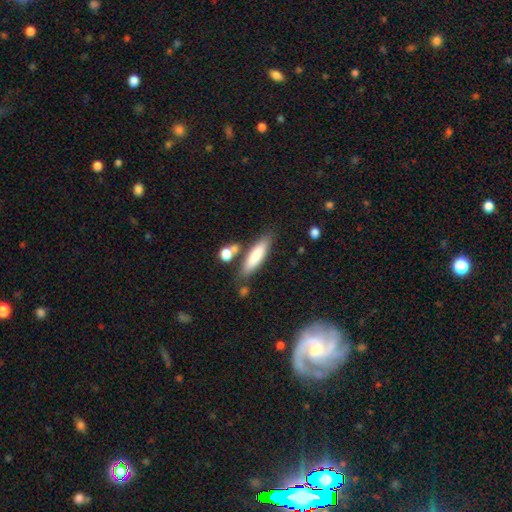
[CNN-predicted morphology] Smooth or featured: smooth — 79% (featured or disk — 15%)
How rounded: cigar-shaped — 64% (in between — 34%)
Merging: none — 70% (minor disturbance — 15%)